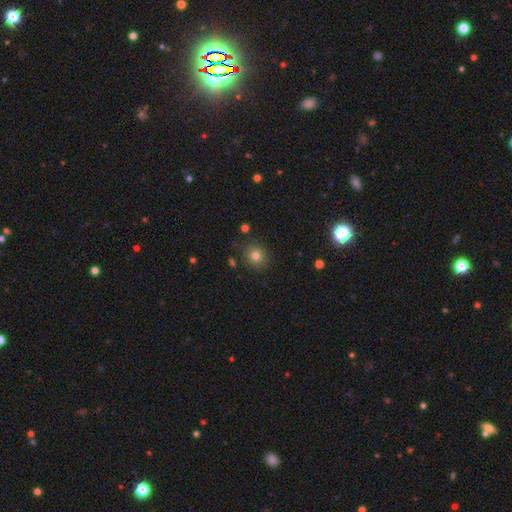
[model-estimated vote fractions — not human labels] smooth 78%, star or artifact 14%, featured or disk 8%. Down the decision tree: how rounded — round (85%); merging — none (86%).